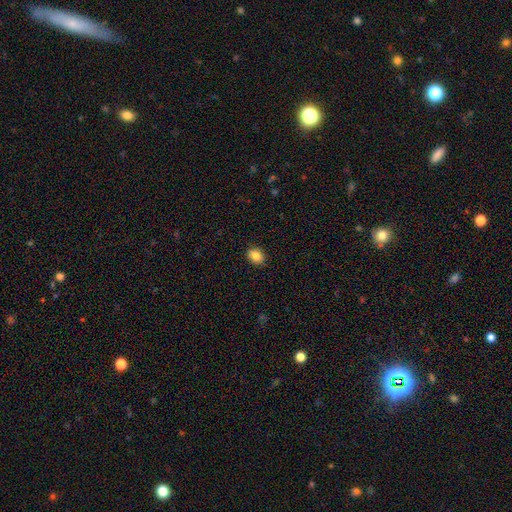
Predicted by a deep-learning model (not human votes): This is clearly a smooth galaxy (84%). How rounded: possibly in between (52%). Merging: clearly none (89%).